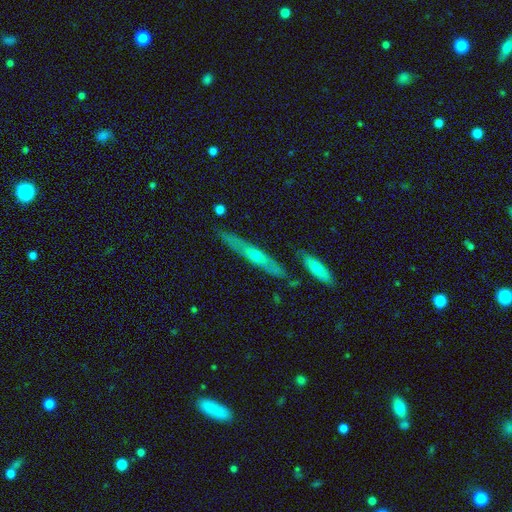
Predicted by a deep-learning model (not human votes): Morphology: type=featured or disk (58%); edge-on=yes (87%); edge-on bulge=rounded (74%); merging=none (80%).